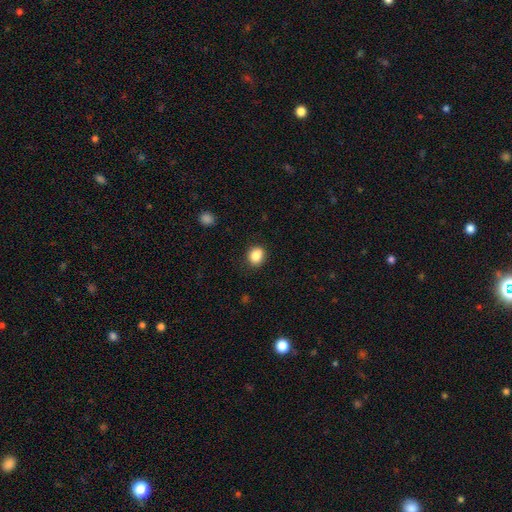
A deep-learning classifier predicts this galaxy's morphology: Smooth or featured? smooth (85%)
How rounded? round (64%)
Merging? none (84%)